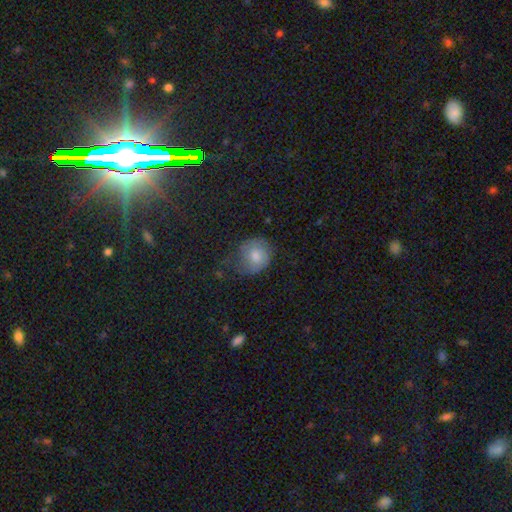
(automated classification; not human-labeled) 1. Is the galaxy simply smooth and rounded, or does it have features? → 65% smooth, 22% featured or disk, 12% star or artifact.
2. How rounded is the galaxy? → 76% round, 23% in between, 1% cigar-shaped.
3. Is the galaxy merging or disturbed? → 56% none, 29% minor disturbance, 13% major disturbance, 2% merger.